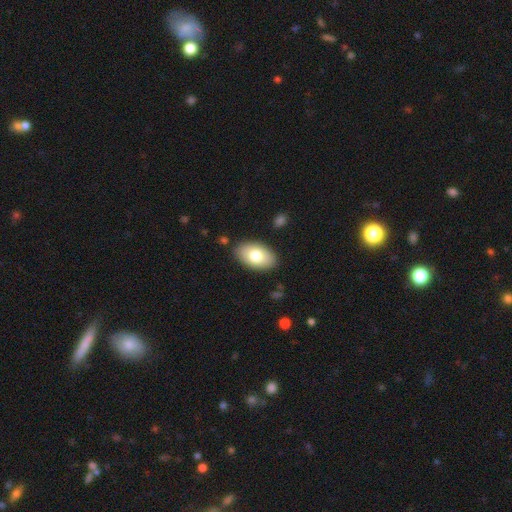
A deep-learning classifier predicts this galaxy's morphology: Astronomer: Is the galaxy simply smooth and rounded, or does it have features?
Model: smooth — 76%.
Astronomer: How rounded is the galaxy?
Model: in between — 93%.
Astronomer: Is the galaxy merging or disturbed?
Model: none — 86%.